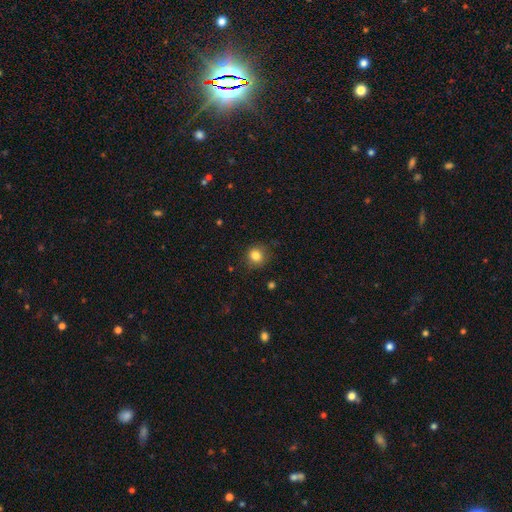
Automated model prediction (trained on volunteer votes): Overall: smooth (83%). How rounded: round (85%). Merging: none (83%).